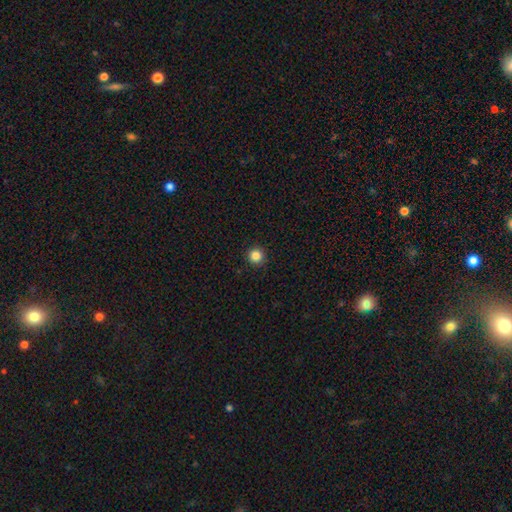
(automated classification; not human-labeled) Smooth or featured: smooth — 84% (star or artifact — 12%)
How rounded: round — 96% (in between — 3%)
Merging: none — 93% (minor disturbance — 5%)